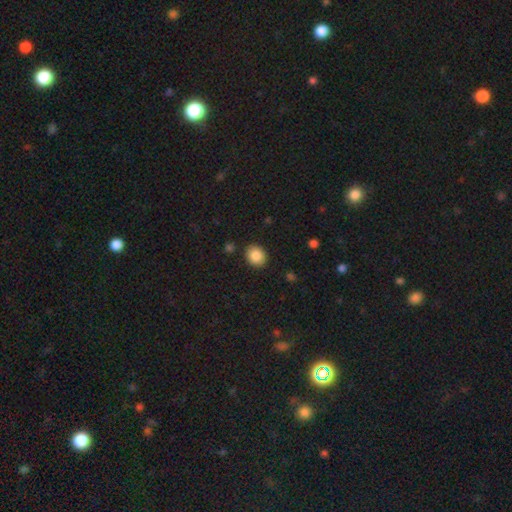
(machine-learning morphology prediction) This is clearly a smooth galaxy (86%). How rounded: possibly round (59%). Merging: clearly none (89%).